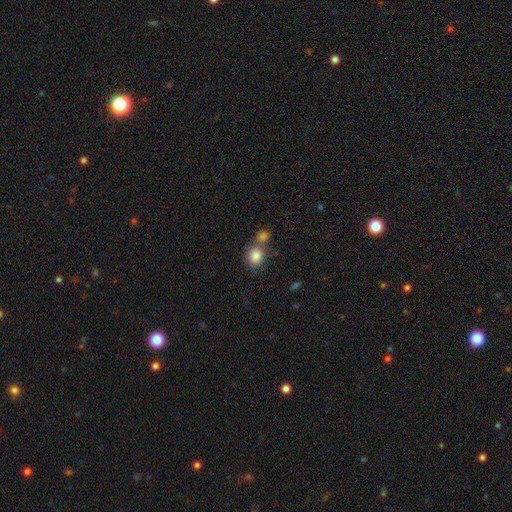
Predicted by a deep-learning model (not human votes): Smooth or featured? smooth (85%)
How rounded? round (71%)
Merging? none (50%)